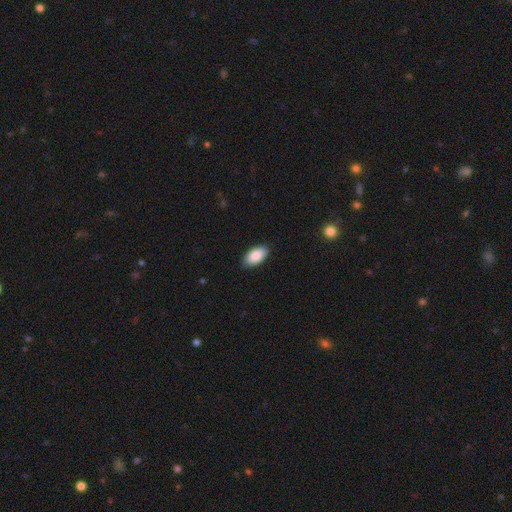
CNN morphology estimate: This appears to be a smooth galaxy with no disk features (88%) that is in between round and cigar-shaped (95%). Merging: none (88%).